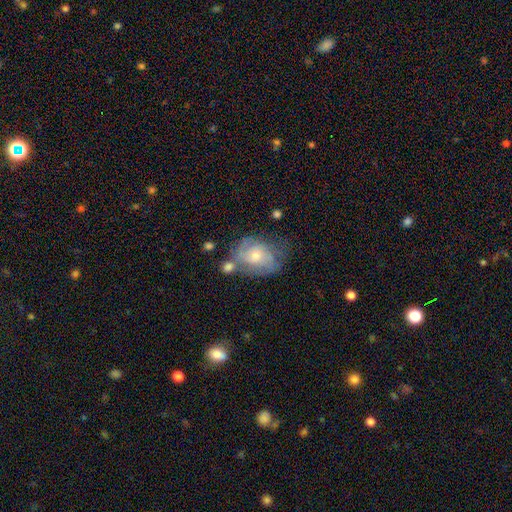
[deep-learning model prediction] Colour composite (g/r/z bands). It shows a featured or disk galaxy (56%) with no bar (75%), spiral arms (73%) and a moderate central bulge (48%). Merging: none (43%).